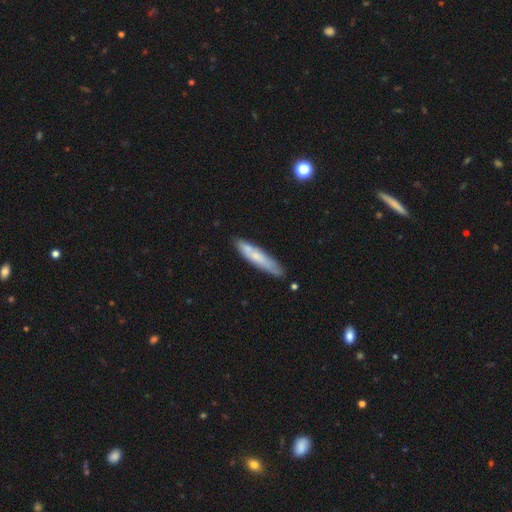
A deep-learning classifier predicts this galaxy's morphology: The model was most divided on "smooth or featured": smooth: 61%, featured or disk: 33%, star or artifact: 6%. More confident: how rounded — cigar-shaped (87%); merging — none (77%).